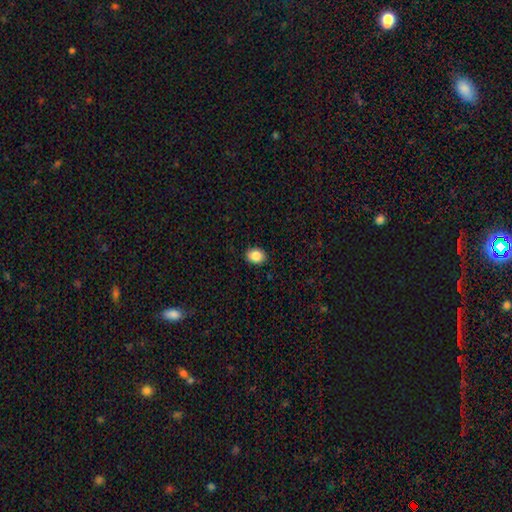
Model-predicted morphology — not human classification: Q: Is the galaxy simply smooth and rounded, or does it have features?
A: smooth — 86%.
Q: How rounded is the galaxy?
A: in between — 52%.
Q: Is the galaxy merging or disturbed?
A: none — 90%.